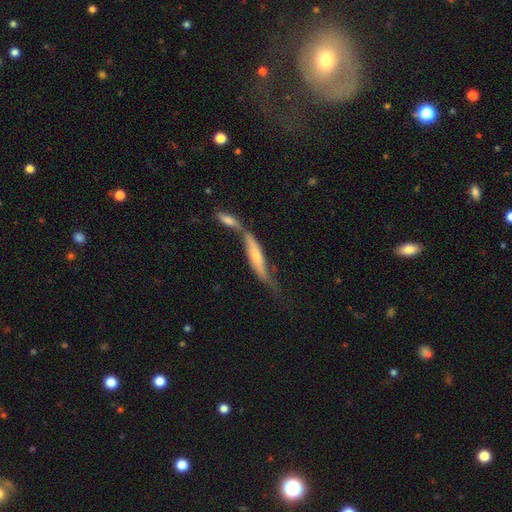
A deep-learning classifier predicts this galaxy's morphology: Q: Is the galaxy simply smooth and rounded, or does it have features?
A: featured or disk — 59%.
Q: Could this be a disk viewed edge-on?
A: yes — 62%.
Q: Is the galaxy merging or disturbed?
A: merger — 57%.